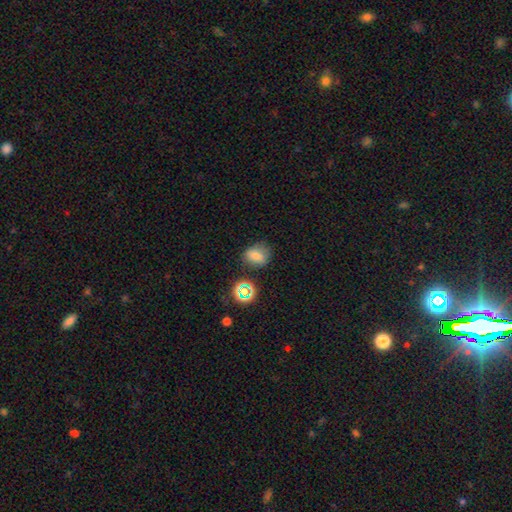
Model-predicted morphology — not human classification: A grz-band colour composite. It shows a smooth galaxy with no disk features (72%) that is round (50%). Merging: none (69%).